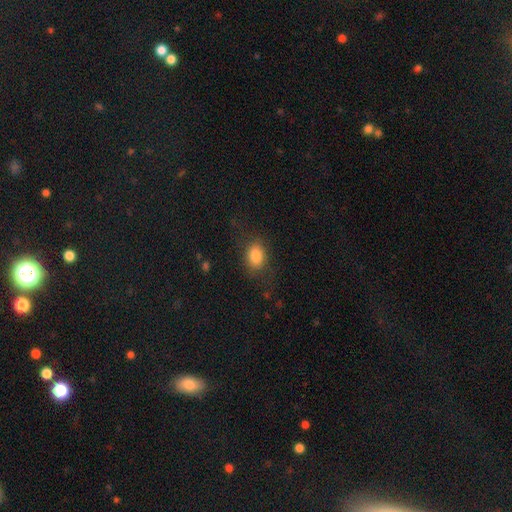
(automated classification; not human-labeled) A smooth galaxy with no disk features (82%) that is in between round and cigar-shaped (67%). Merging: none (75%).